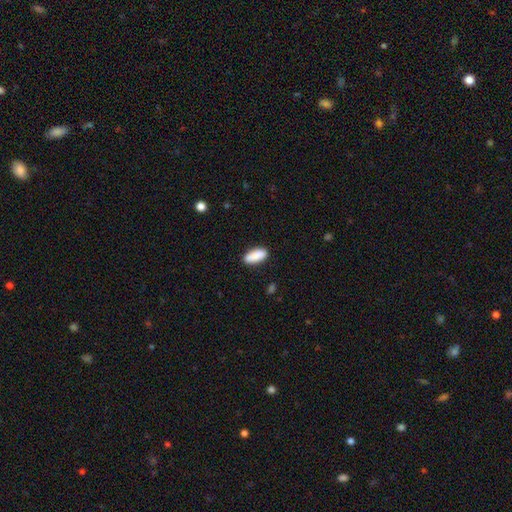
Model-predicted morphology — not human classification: A smooth galaxy with no disk features (90%) that is in between round and cigar-shaped (84%).

Vote fractions:
- Smooth or featured? smooth: 90% / star or artifact: 6% / featured or disk: 4%
- How rounded? in between: 84% / cigar-shaped: 14% / round: 2%
- Merging? none: 86% / minor disturbance: 11% / major disturbance: 2% / merger: 1%